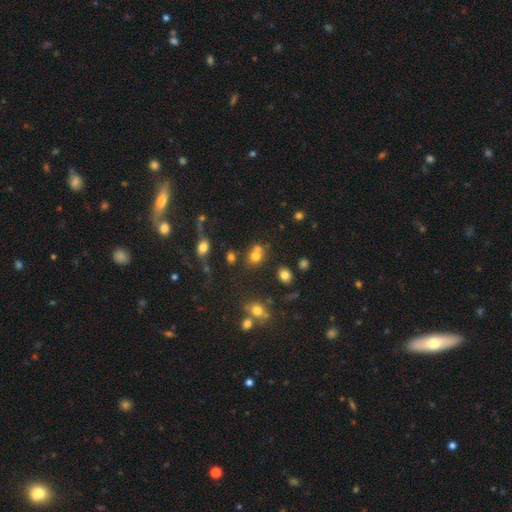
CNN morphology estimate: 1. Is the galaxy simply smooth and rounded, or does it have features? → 69% smooth, 18% star or artifact, 12% featured or disk.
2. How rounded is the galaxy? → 63% round, 35% in between, 1% cigar-shaped.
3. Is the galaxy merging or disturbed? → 46% none, 38% merger, 11% minor disturbance, 5% major disturbance.